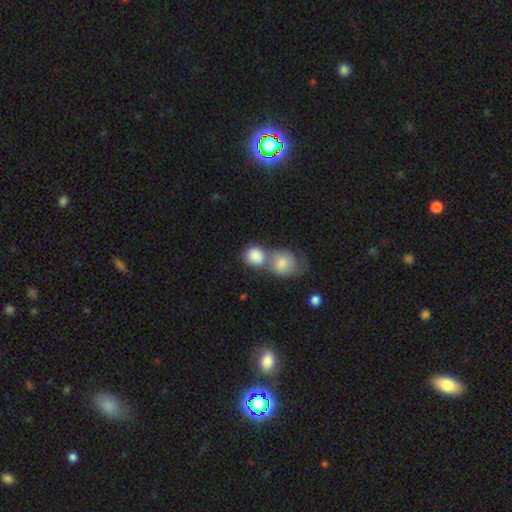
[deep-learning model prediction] Smooth or featured? smooth (85%)
How rounded? round (72%)
Merging? merger (61%)